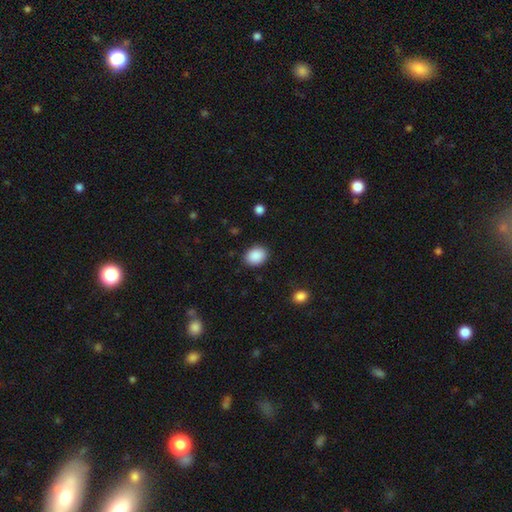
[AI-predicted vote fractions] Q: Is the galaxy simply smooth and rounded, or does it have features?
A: smooth — 90%.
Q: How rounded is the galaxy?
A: in between — 59%.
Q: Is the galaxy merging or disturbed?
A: none — 88%.